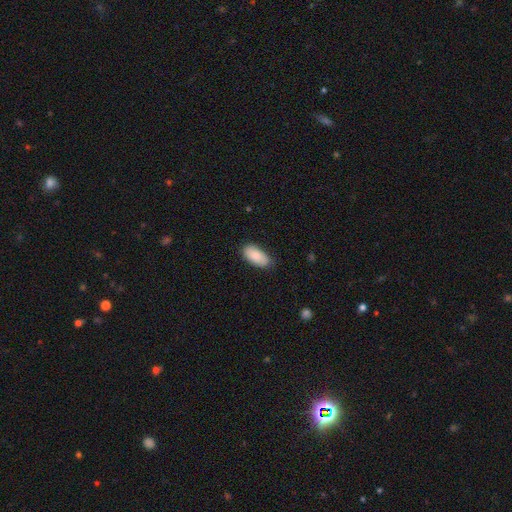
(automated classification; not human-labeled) Smooth or featured?
  - smooth: 85% *
  - featured or disk: 9%
  - star or artifact: 6%
How rounded?
  - in between: 94% *
  - cigar-shaped: 4%
  - round: 2%
Merging?
  - none: 83% *
  - minor disturbance: 14%
  - major disturbance: 2%
  - merger: 1%